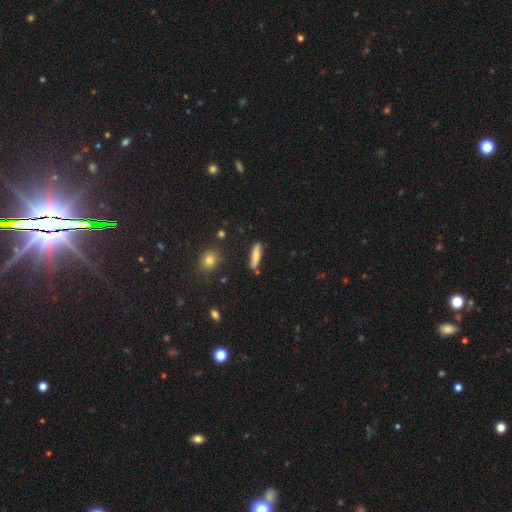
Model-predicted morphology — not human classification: Smooth or featured? smooth (70%)
How rounded? cigar-shaped (79%)
Merging? none (82%)